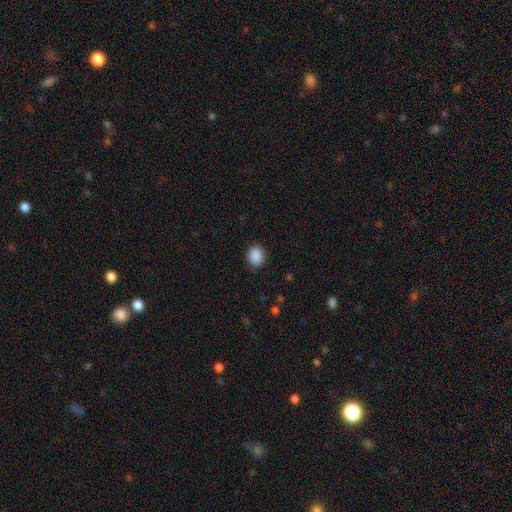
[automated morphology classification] The model was most divided on "how rounded": round: 58%, in between: 41%, cigar-shaped: 1%. More confident: smooth or featured — smooth (89%); merging — none (88%).